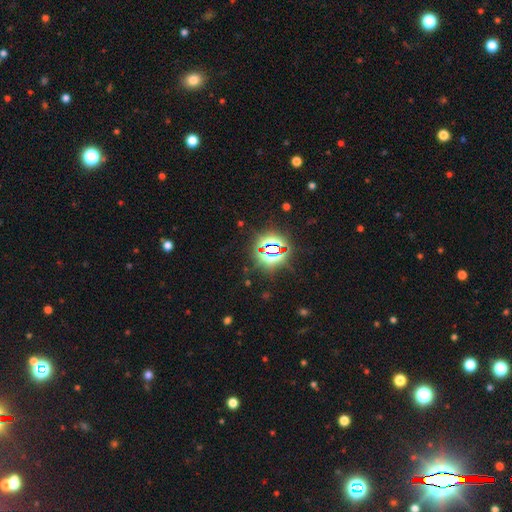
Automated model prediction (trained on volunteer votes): Overall: star or artifact (80%).